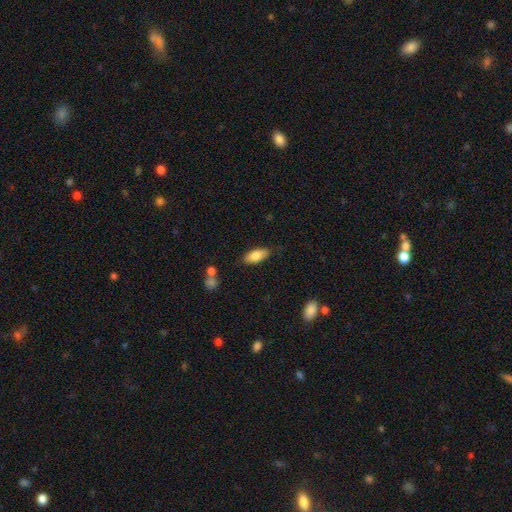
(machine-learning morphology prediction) smooth 83%, featured or disk 11%, star or artifact 7%. Down the decision tree: how rounded — in between (84%); merging — none (81%).